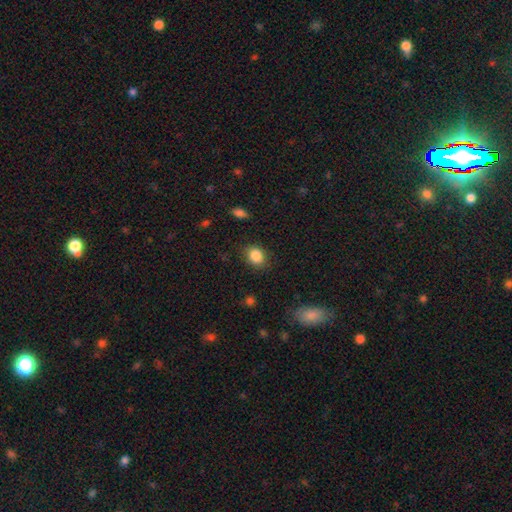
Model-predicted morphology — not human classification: smooth-or-featured: smooth: 86% | star or artifact: 9% | featured or disk: 5%
  how-rounded: in between: 53% | round: 46% | cigar-shaped: 1%
  merging: none: 82% | minor disturbance: 13% | major disturbance: 4% | merger: 1%